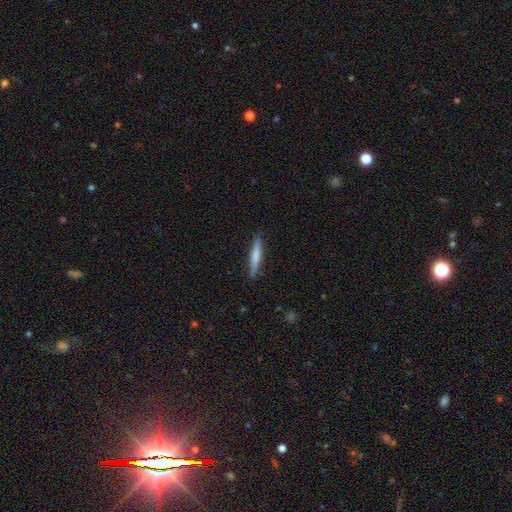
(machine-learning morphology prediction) Smooth or featured? smooth (65%)
How rounded? cigar-shaped (94%)
Merging? none (89%)